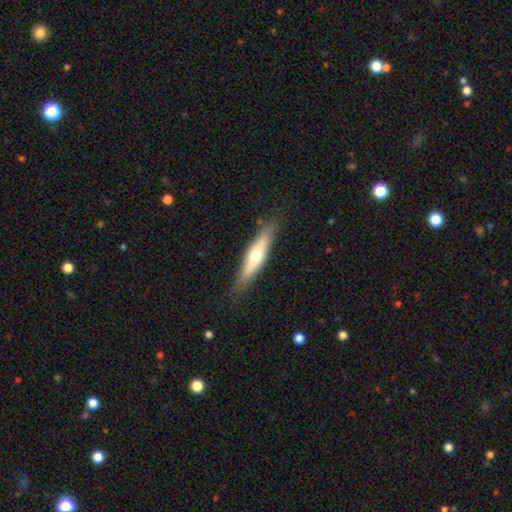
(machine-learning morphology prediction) Smooth or featured? Predicted: smooth (p=0.48). Merging? Predicted: none (p=0.84).